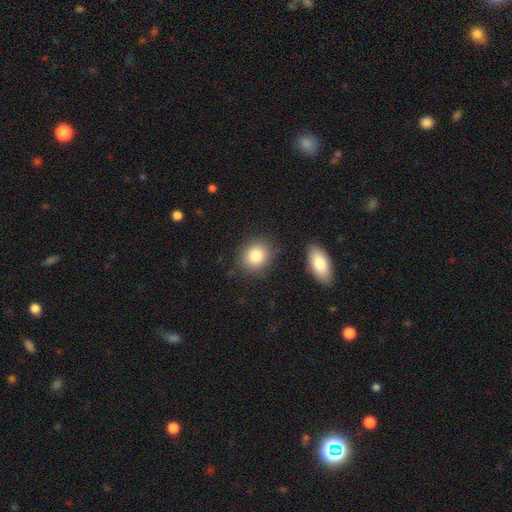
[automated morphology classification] Smooth or featured?
  - smooth: 84% *
  - star or artifact: 9%
  - featured or disk: 8%
How rounded?
  - round: 71% *
  - in between: 28%
  - cigar-shaped: 1%
Merging?
  - none: 83% *
  - minor disturbance: 10%
  - merger: 4%
  - major disturbance: 3%